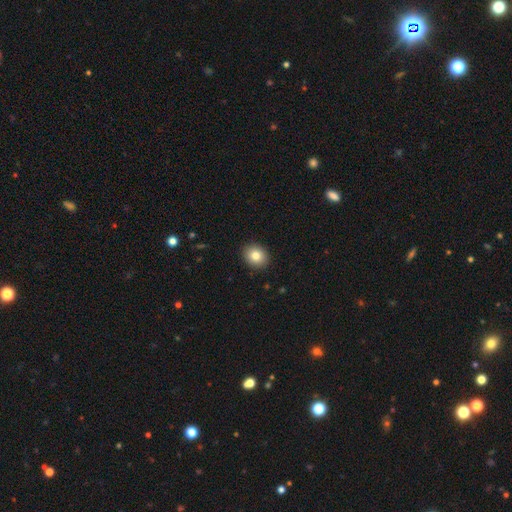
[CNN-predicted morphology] This appears to be a smooth galaxy with no disk features (82%) that is round (62%). Merging: none (91%).